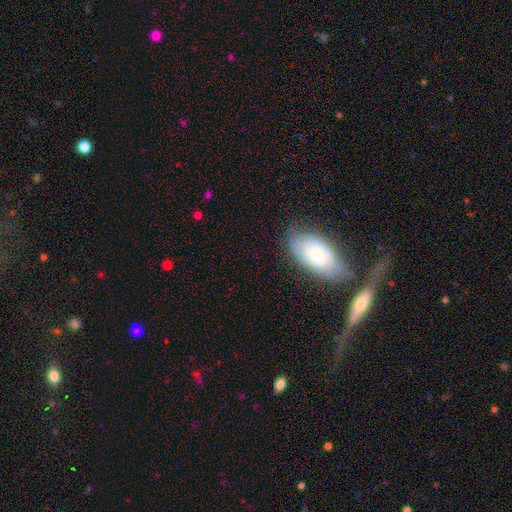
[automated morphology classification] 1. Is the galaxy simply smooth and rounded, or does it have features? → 48% smooth, 30% featured or disk, 22% star or artifact.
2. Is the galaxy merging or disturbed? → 74% none, 16% minor disturbance, 7% major disturbance, 3% merger.